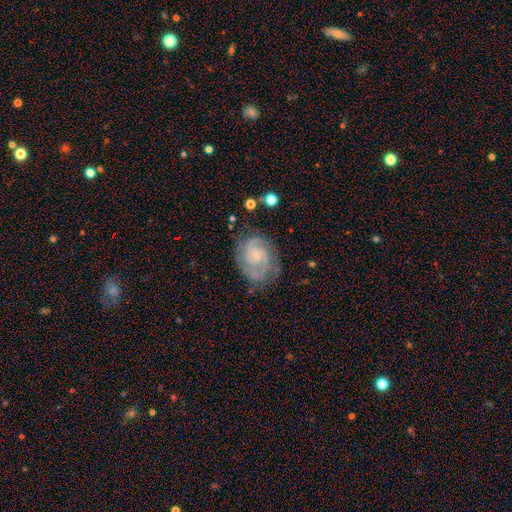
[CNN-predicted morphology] The model was most divided on "spiral winding": tight: 60%, medium: 34%, loose: 6%. More confident: edge-on disk — no (98%); spiral arms — yes (98%); smooth or featured — featured or disk (88%); merging — none (74%); bulge size — small (74%); spiral arm count — 2 (62%); bar — no (61%).